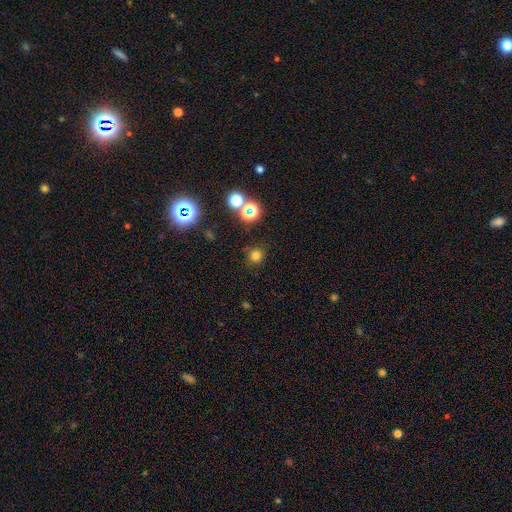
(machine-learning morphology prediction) Q: Smooth or featured?
A: smooth (71%); runner-up: star or artifact (22%)
Q: How rounded?
A: round (92%); runner-up: in between (7%)
Q: Merging?
A: none (84%); runner-up: minor disturbance (9%)